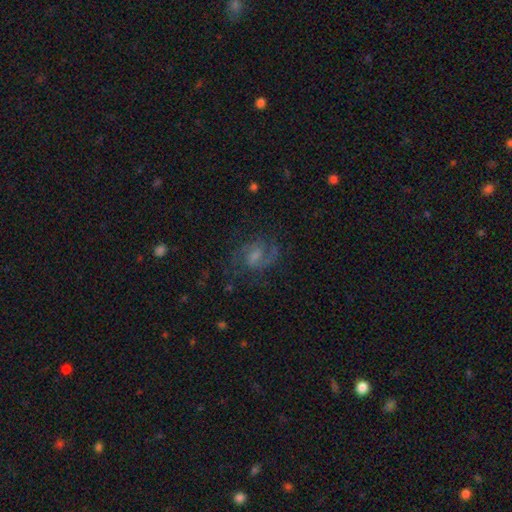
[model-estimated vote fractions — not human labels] featured or disk 77%, smooth 14%, star or artifact 10%. Down the decision tree: edge-on disk — no (97%); bar — weak (58%); spiral arms — yes (94%); spiral arm count — 2 (79%); spiral winding — medium (55%); bulge size — small (40%); merging — none (68%).